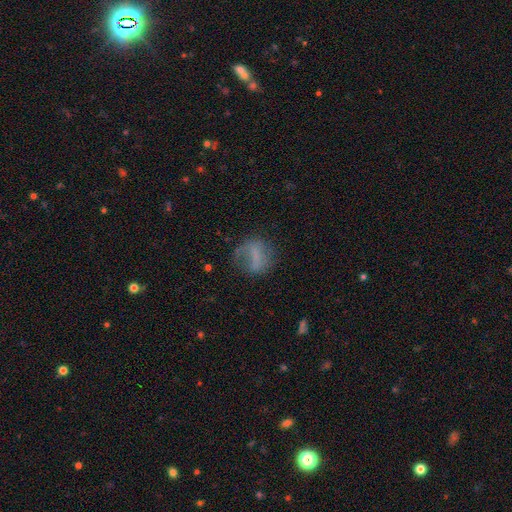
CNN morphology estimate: This appears to be a smooth galaxy with no disk features (47%). Merging: none (51%).